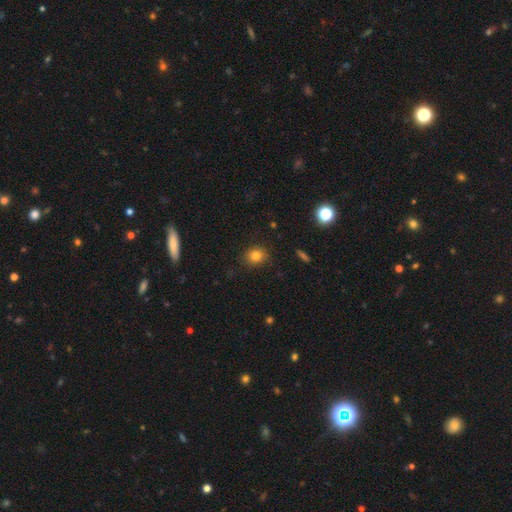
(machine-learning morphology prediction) This is clearly a smooth galaxy (81%). How rounded: likely round (70%). Merging: clearly none (85%).